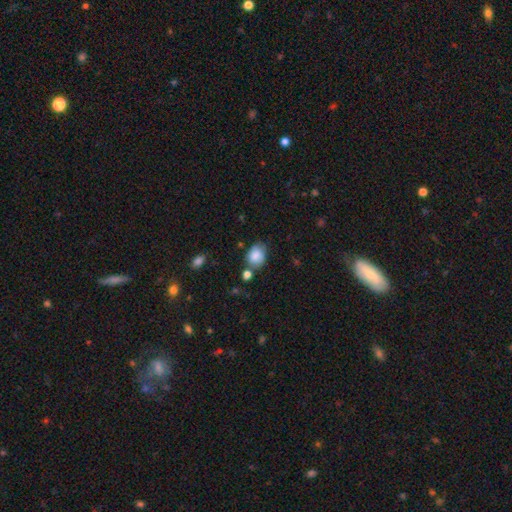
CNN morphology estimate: Smooth or featured?
  - smooth: 82% *
  - featured or disk: 10%
  - star or artifact: 8%
How rounded?
  - in between: 64% *
  - round: 34%
  - cigar-shaped: 1%
Merging?
  - none: 61% *
  - minor disturbance: 21%
  - merger: 13%
  - major disturbance: 5%